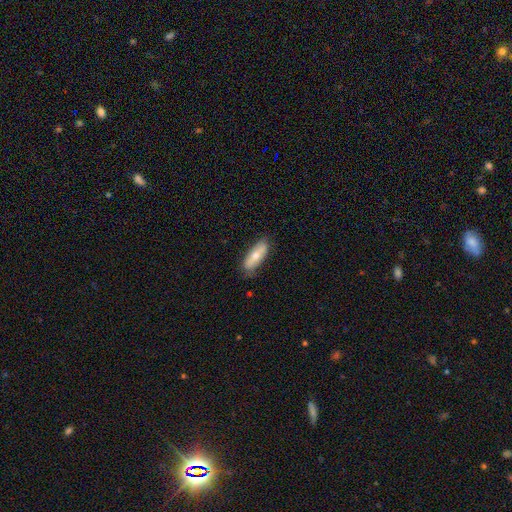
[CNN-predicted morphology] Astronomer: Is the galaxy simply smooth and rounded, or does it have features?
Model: smooth — 60%.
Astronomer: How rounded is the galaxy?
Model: in between — 65%.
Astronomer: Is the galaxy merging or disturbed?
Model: none — 79%.